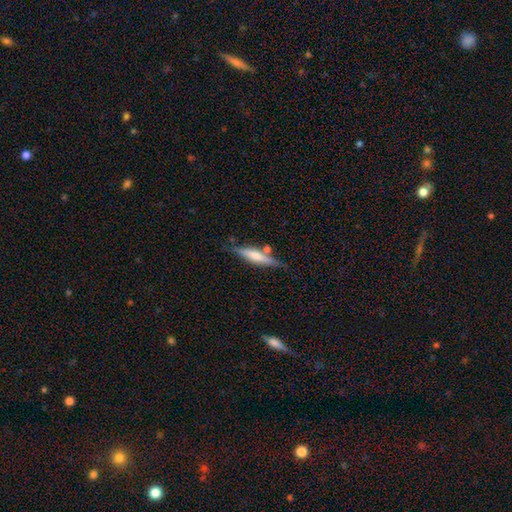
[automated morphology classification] Overall: smooth (51%; featured or disk 43%). How rounded: cigar-shaped (83%). Merging: none (69%).